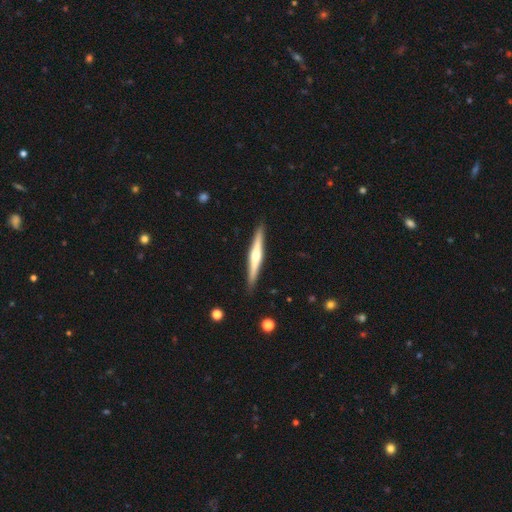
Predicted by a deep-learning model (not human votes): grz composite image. It shows a featured or disk galaxy (68%) viewed edge-on (98%) with a rounded central bulge (85%). Merging: none (90%).